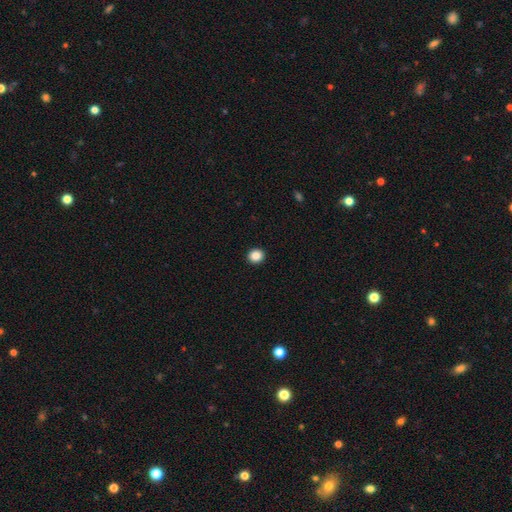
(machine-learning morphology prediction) Smooth or featured? Predicted: smooth (p=0.87). How rounded? Predicted: round (p=0.86). Merging? Predicted: none (p=0.94).